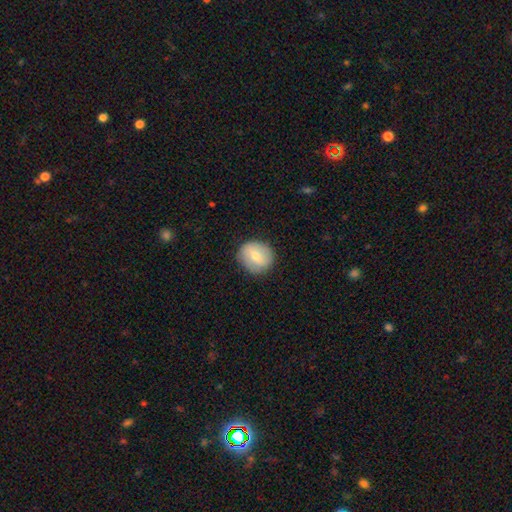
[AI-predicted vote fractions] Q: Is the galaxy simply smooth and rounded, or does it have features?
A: smooth — 69%.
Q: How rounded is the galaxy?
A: round — 81%.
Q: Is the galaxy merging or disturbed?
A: none — 84%.